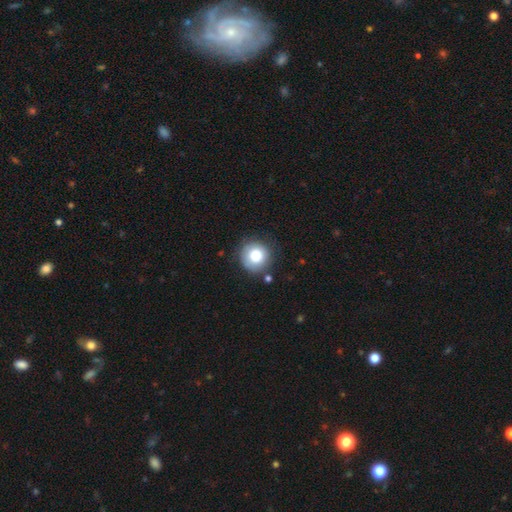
Overall: smooth (76%). How rounded: round (93%). Merging: none (83%).